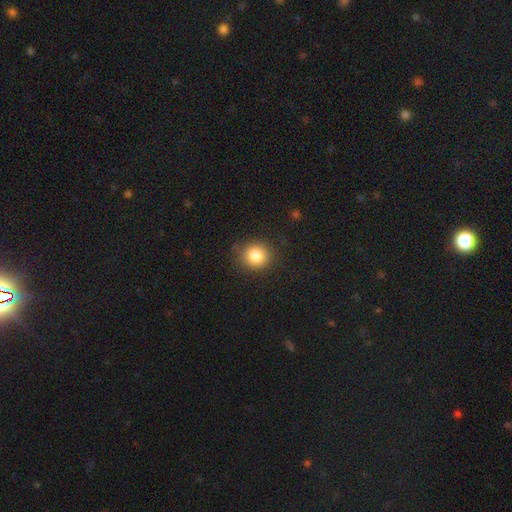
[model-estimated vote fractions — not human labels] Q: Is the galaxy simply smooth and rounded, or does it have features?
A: smooth — 84%.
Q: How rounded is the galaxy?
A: round — 88%.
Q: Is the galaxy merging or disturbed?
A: none — 86%.